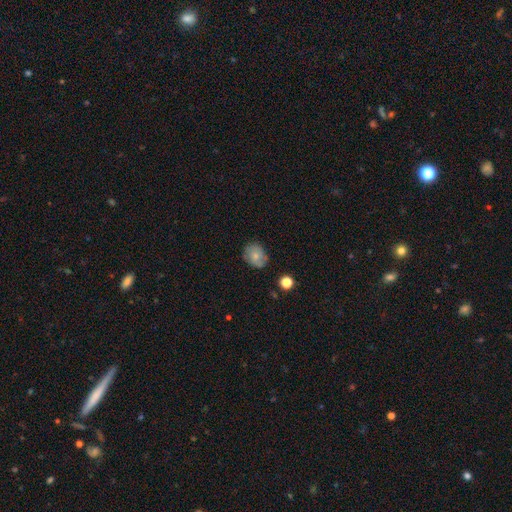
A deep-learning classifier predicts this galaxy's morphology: A smooth galaxy with no disk features (68%) that is round (51%). Merging: none (76%).